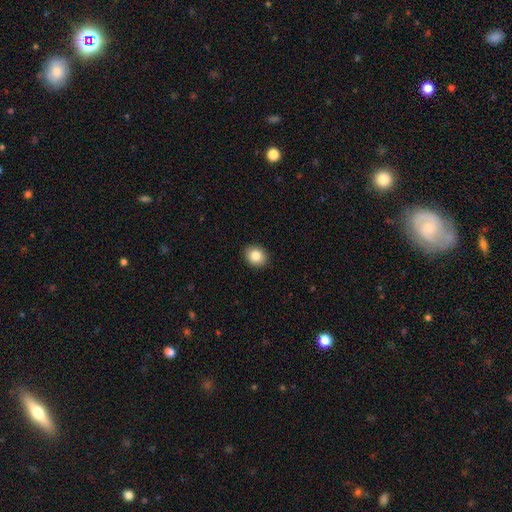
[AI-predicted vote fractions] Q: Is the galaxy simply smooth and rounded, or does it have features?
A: smooth — 84%.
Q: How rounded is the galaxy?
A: round — 61%.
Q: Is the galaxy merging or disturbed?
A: none — 91%.